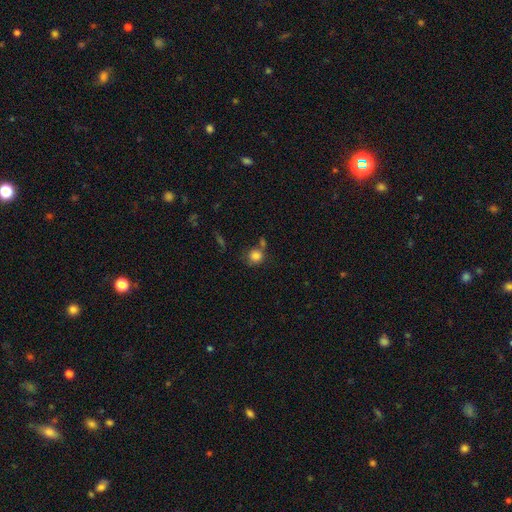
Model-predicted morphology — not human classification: A smooth galaxy with no disk features (83%) that is round (88%). Merging: none (62%).